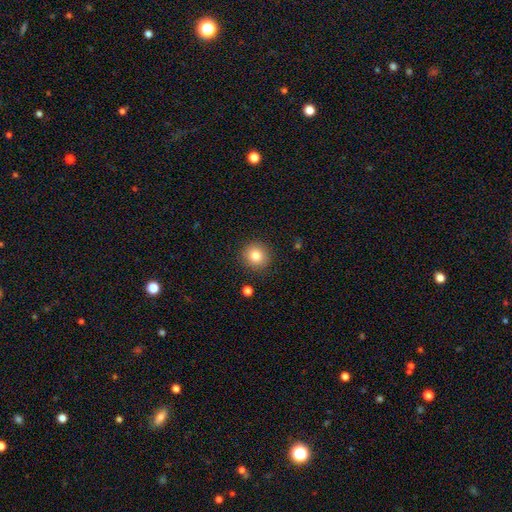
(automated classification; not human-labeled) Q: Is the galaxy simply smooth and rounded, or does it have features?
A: smooth — 82%.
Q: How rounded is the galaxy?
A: round — 90%.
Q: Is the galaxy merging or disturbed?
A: none — 89%.